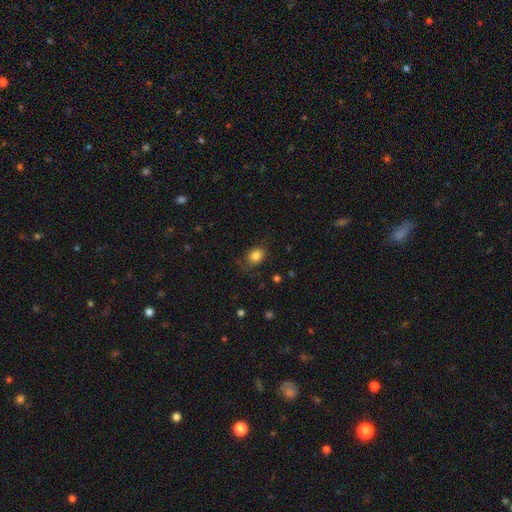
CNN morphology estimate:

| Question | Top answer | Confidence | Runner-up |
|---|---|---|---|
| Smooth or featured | smooth | 83% | star or artifact (10%) |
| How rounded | in between | 63% | round (36%) |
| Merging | none | 73% | minor disturbance (20%) |